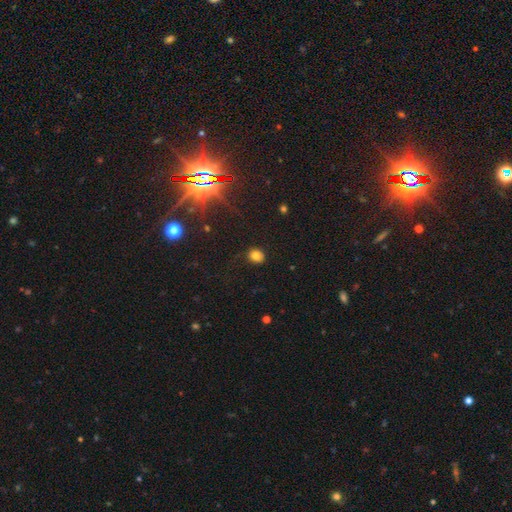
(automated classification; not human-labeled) A smooth galaxy with no disk features (78%) that is round (76%). Merging: none (81%).